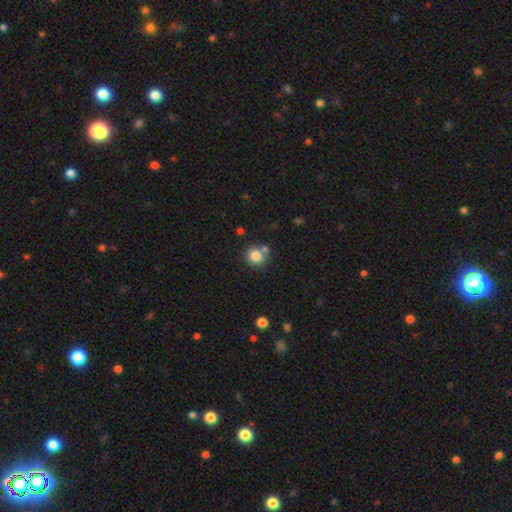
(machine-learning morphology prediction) This is clearly a smooth galaxy (82%). How rounded: clearly round (90%). Merging: likely none (70%).